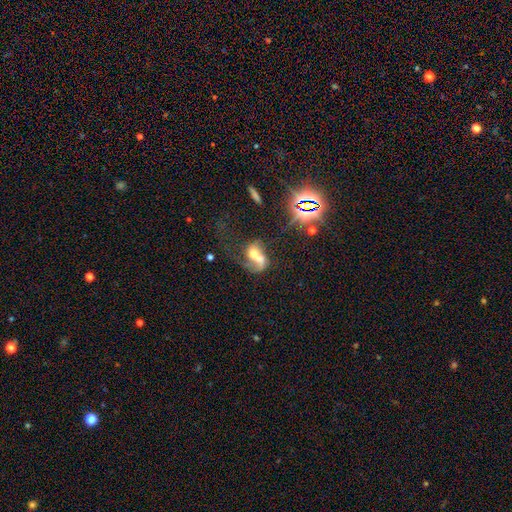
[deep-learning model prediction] smooth-or-featured: featured or disk: 47% | smooth: 37% | star or artifact: 15%
  merging: merger: 71% | major disturbance: 13% | none: 11% | minor disturbance: 6%